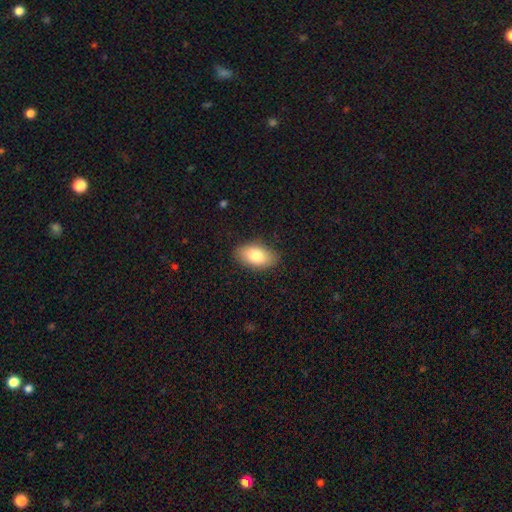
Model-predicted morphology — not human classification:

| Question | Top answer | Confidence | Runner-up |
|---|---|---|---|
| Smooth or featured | smooth | 81% | featured or disk (13%) |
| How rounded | in between | 93% | round (4%) |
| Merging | none | 86% | minor disturbance (11%) |